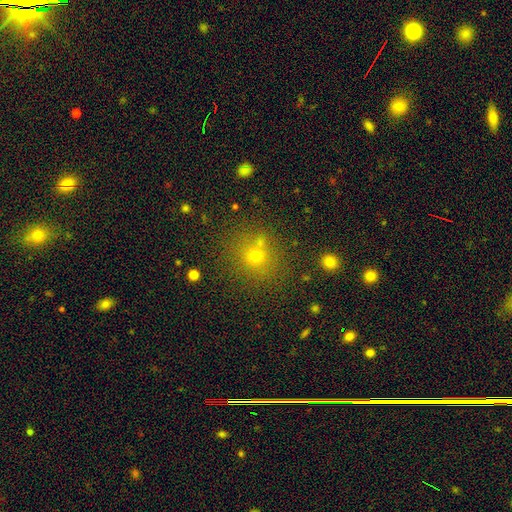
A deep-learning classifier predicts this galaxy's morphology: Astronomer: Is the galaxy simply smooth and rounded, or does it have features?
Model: smooth — 67%.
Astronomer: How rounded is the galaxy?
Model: round — 86%.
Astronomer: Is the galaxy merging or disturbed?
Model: none — 73%.